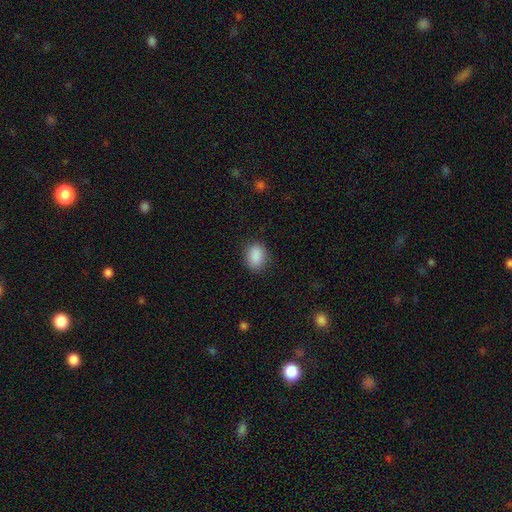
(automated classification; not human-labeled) Smooth or featured? smooth (89%)
How rounded? in between (71%)
Merging? none (85%)